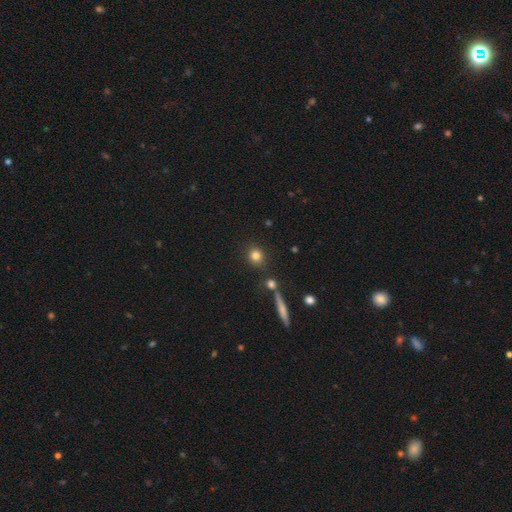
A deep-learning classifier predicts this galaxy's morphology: smooth_or_featured: smooth (p=0.79) [alt: star or artifact p=0.12]
how_rounded: round (p=0.85) [alt: in between p=0.13]
merging: none (p=0.81) [alt: minor disturbance p=0.08]